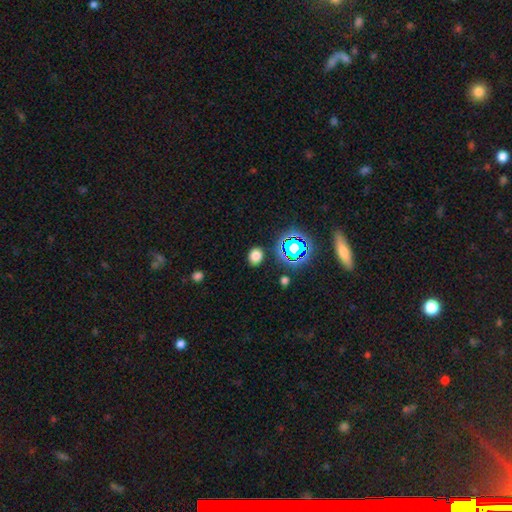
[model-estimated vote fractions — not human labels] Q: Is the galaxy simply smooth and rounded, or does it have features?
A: smooth — 73%.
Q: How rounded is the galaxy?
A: round — 50%.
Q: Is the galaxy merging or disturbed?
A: none — 87%.